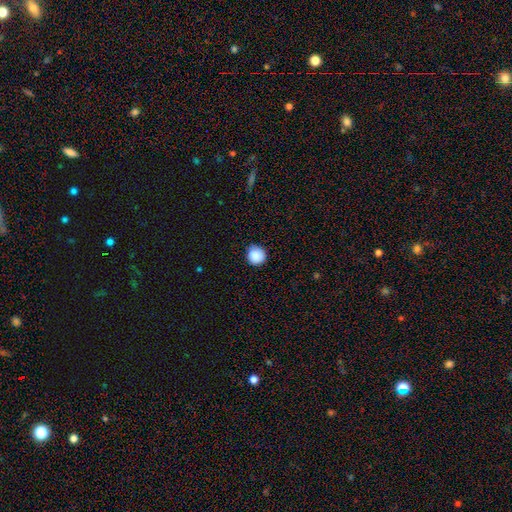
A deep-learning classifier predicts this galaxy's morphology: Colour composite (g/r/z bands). It shows a smooth galaxy with no disk features (88%) that is round (93%). Merging: none (84%).